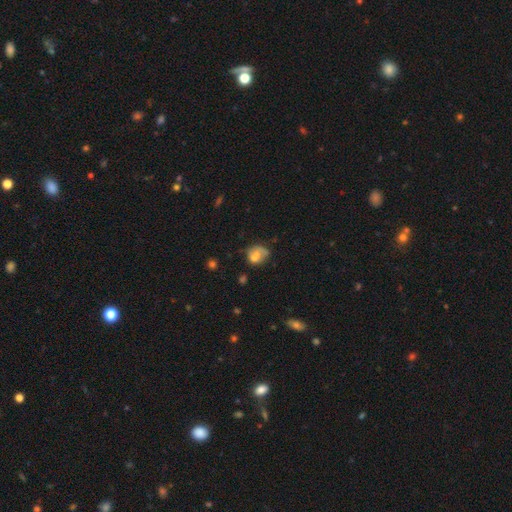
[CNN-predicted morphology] Smooth or featured? Predicted: smooth (p=0.59). How rounded? Predicted: round (p=0.52). Merging? Predicted: none (p=0.40).